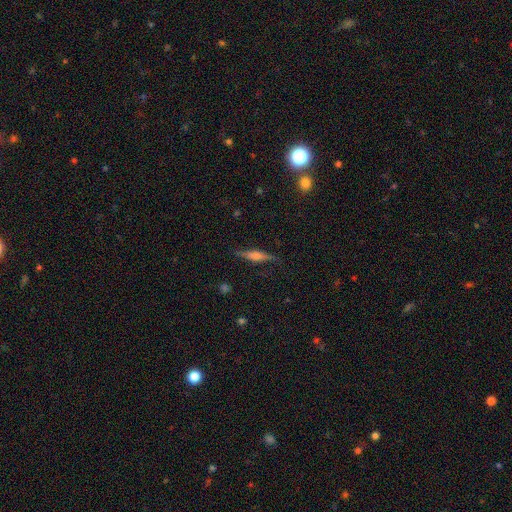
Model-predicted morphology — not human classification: type=featured or disk (64%); edge-on=yes (97%); edge-on bulge=rounded (77%); merging=none (85%).